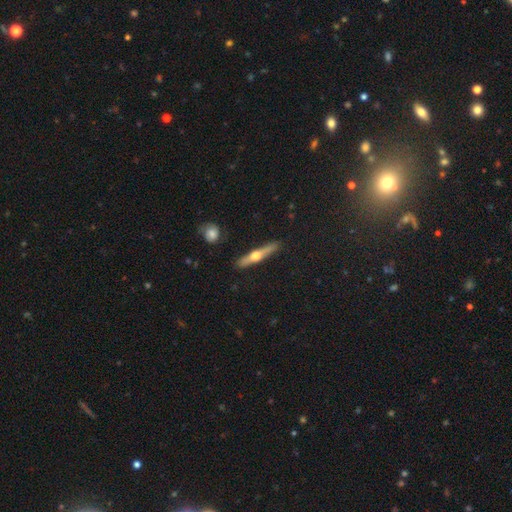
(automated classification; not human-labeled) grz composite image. It shows a featured or disk galaxy (62%) viewed edge-on (96%) with a rounded central bulge (93%). Merging: none (88%).